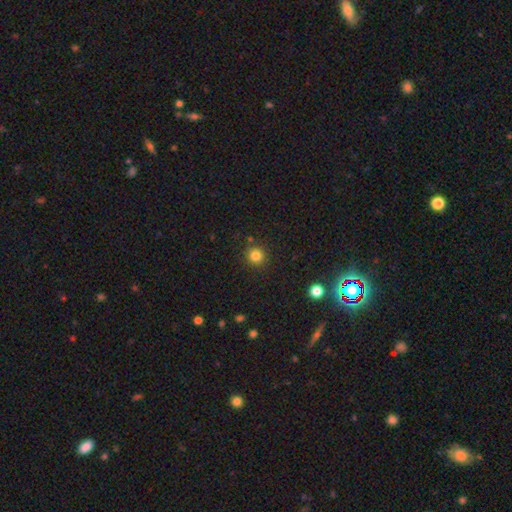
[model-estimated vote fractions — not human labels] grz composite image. It shows a smooth galaxy with no disk features (82%) that is round (93%). Merging: none (88%).